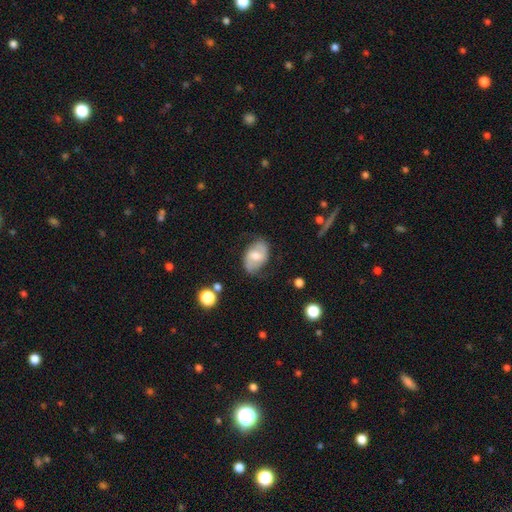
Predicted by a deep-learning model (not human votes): Smooth or featured?
  - featured or disk: 54% *
  - smooth: 39%
  - star or artifact: 7%
Edge-on disk?
  - no: 95% *
  - yes: 5%
Bar?
  - weak: 48% *
  - no: 35%
  - strong: 17%
Spiral arms?
  - yes: 80% *
  - no: 20%
Bulge size?
  - moderate: 60% *
  - small: 26%
  - large: 8%
  - none: 4%
  - dominant: 1%
Merging?
  - none: 69% *
  - minor disturbance: 22%
  - major disturbance: 7%
  - merger: 2%